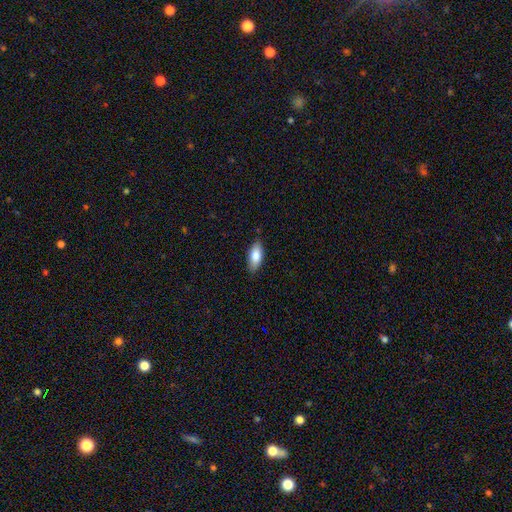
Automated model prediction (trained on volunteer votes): This is clearly a smooth galaxy (82%). How rounded: clearly in between (84%). Merging: clearly none (85%).